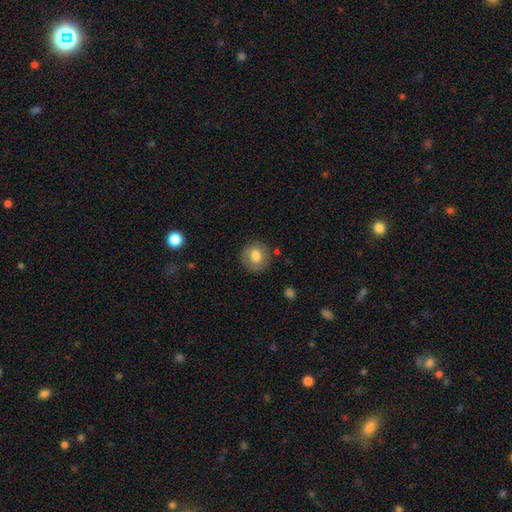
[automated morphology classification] smooth_or_featured: smooth (p=0.74) [alt: featured or disk p=0.18]
how_rounded: round (p=0.86) [alt: in between p=0.13]
merging: none (p=0.80) [alt: minor disturbance p=0.13]